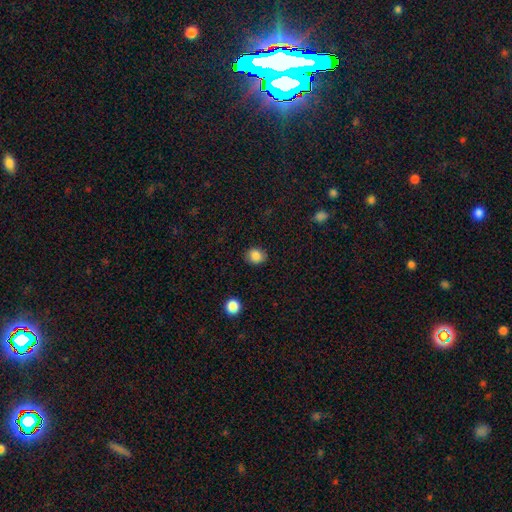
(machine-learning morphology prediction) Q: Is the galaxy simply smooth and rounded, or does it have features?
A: smooth — 86%.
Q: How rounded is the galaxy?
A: round — 73%.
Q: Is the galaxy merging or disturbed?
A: none — 86%.